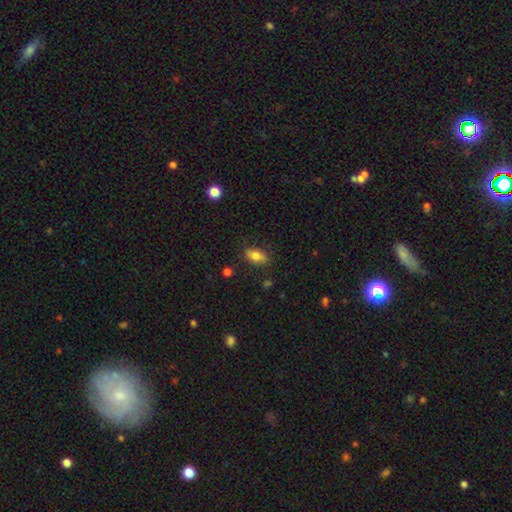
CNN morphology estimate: Q: Smooth or featured?
A: smooth (80%); runner-up: featured or disk (12%)
Q: How rounded?
A: in between (88%); runner-up: round (7%)
Q: Merging?
A: none (81%); runner-up: minor disturbance (14%)